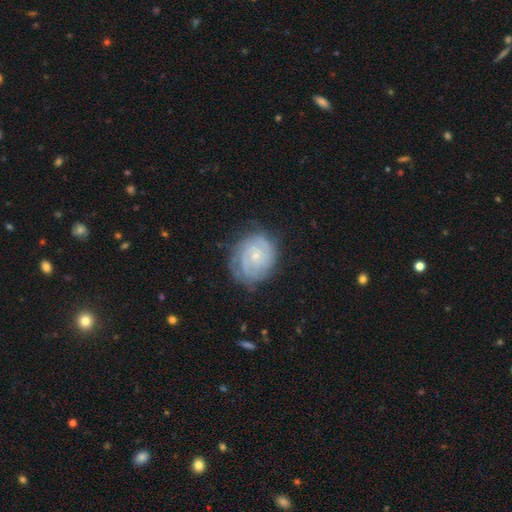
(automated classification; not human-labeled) Smooth or featured? featured or disk (75%)
Edge-on disk? no (98%)
Bar? no (75%)
Spiral arms? yes (92%)
Spiral winding? tight (72%)
Spiral arm count? can't tell (38%)
Bulge size? small (76%)
Merging? none (72%)